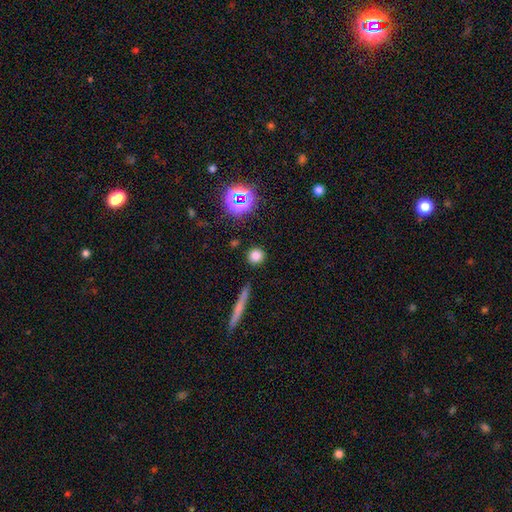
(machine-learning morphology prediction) smooth_or_featured: smooth (p=0.77) [alt: star or artifact p=0.17]
how_rounded: round (p=0.92) [alt: in between p=0.06]
merging: none (p=0.89) [alt: minor disturbance p=0.06]